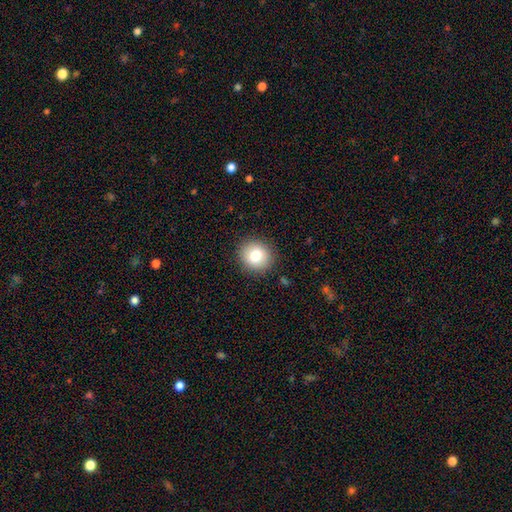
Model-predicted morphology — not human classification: smooth-or-featured: smooth: 78% | featured or disk: 12% | star or artifact: 10%
  how-rounded: round: 87% | in between: 12% | cigar-shaped: 1%
  merging: none: 89% | minor disturbance: 7% | major disturbance: 2% | merger: 1%